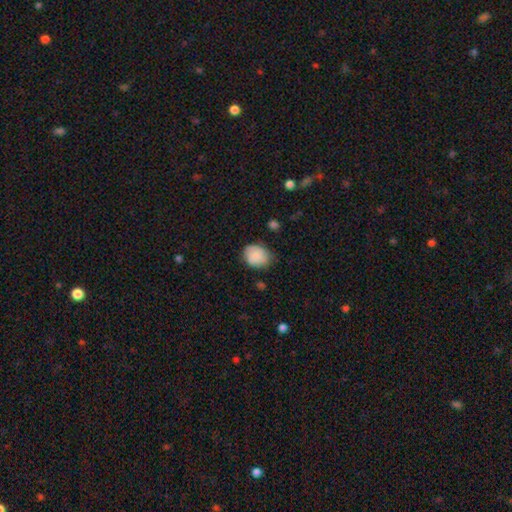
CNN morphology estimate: type=smooth (85%); roundness=round (51%); merging=none (65%).